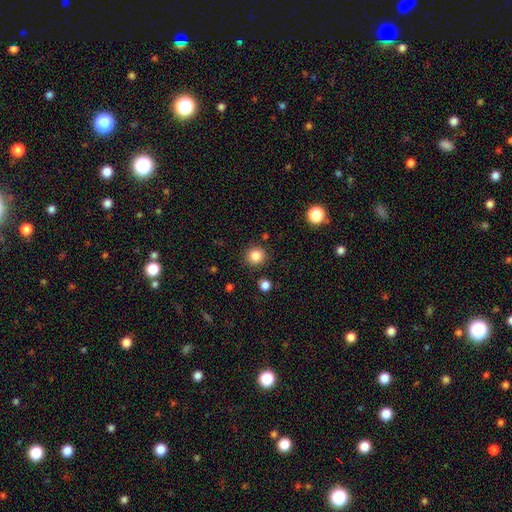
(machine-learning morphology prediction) A smooth galaxy with no disk features (84%) that is round (92%). Merging: none (88%).